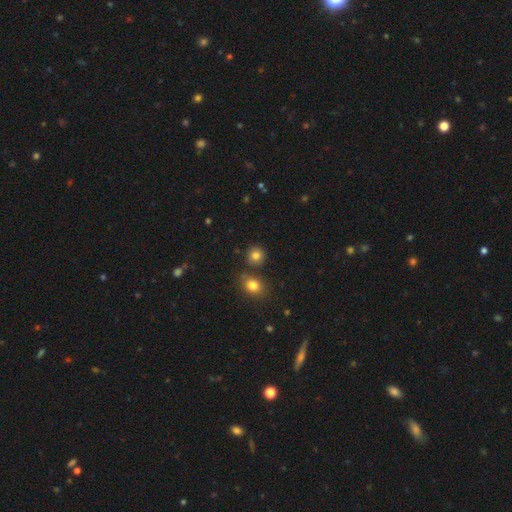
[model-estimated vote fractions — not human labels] smooth-or-featured: smooth: 82% | star or artifact: 12% | featured or disk: 6%
  how-rounded: round: 89% | in between: 10% | cigar-shaped: 1%
  merging: none: 82% | merger: 8% | minor disturbance: 8% | major disturbance: 2%